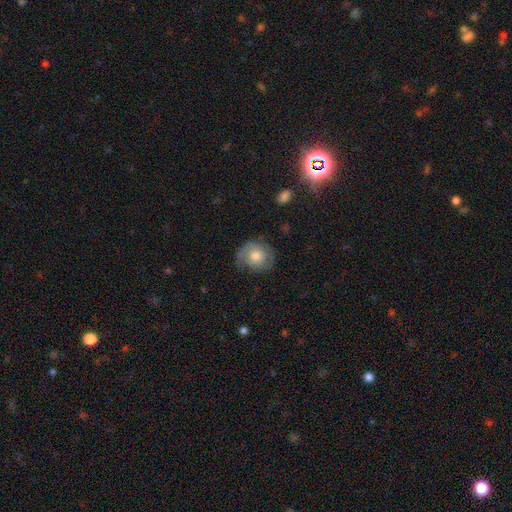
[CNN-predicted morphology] The model was most divided on "smooth or featured": featured or disk: 47%, smooth: 45%, star or artifact: 8%. More confident: merging — none (68%).